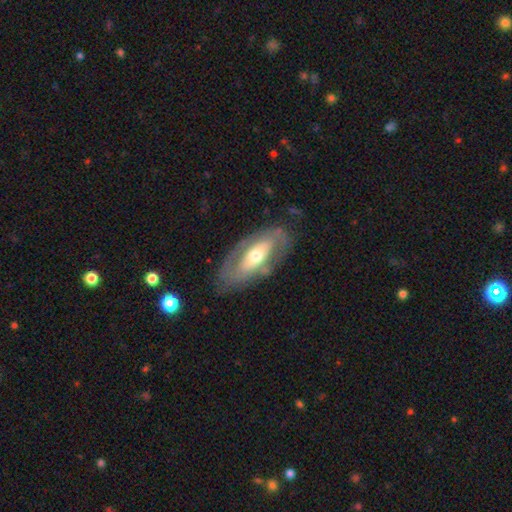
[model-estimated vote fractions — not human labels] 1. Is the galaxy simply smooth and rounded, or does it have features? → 63% featured or disk, 31% smooth, 6% star or artifact.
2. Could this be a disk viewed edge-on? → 85% no, 15% yes.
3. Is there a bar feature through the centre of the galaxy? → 64% no, 20% weak, 16% strong.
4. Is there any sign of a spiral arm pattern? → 59% no, 41% yes.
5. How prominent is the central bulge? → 63% moderate, 23% small, 11% large, 1% dominant, 1% none.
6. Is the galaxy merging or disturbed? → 73% none, 17% minor disturbance, 8% major disturbance, 2% merger.